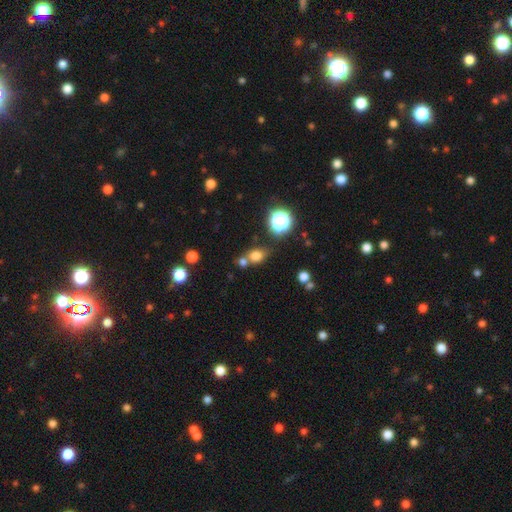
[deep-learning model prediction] smooth-or-featured: smooth: 74% | star or artifact: 18% | featured or disk: 8%
  how-rounded: round: 50% | in between: 48% | cigar-shaped: 2%
  merging: none: 57% | merger: 27% | minor disturbance: 12% | major disturbance: 5%